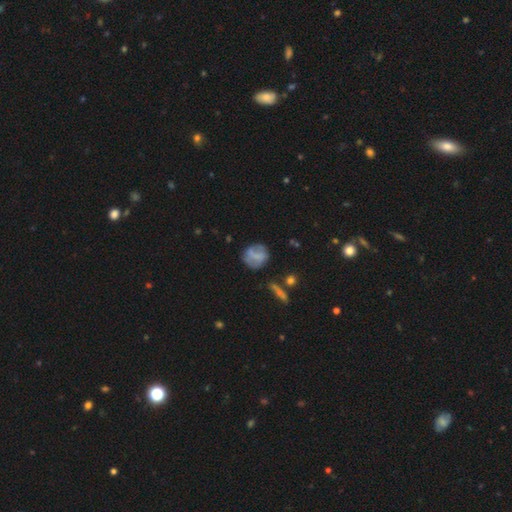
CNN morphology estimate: Smooth or featured? smooth (57%)
How rounded? round (74%)
Merging? none (64%)